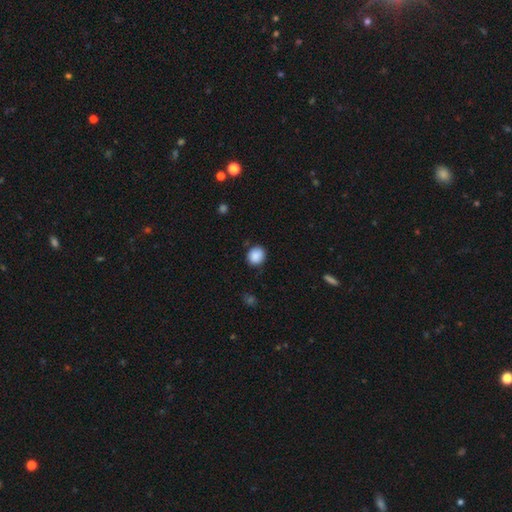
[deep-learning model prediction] Q: Smooth or featured?
A: smooth (88%); runner-up: star or artifact (9%)
Q: How rounded?
A: round (78%); runner-up: in between (21%)
Q: Merging?
A: none (83%); runner-up: minor disturbance (12%)